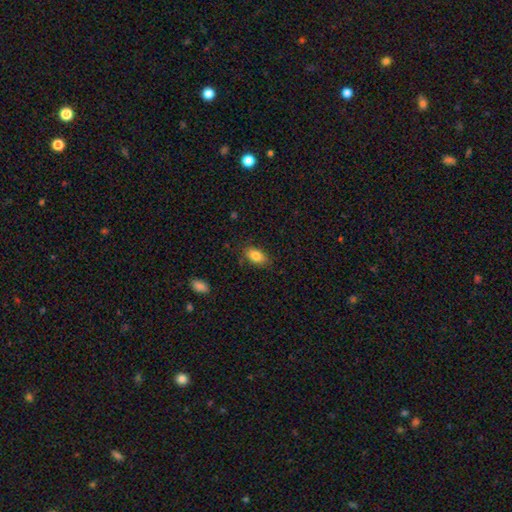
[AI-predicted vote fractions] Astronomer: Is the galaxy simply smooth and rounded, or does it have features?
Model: smooth — 83%.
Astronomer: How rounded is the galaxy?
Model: in between — 90%.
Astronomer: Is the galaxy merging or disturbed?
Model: none — 81%.